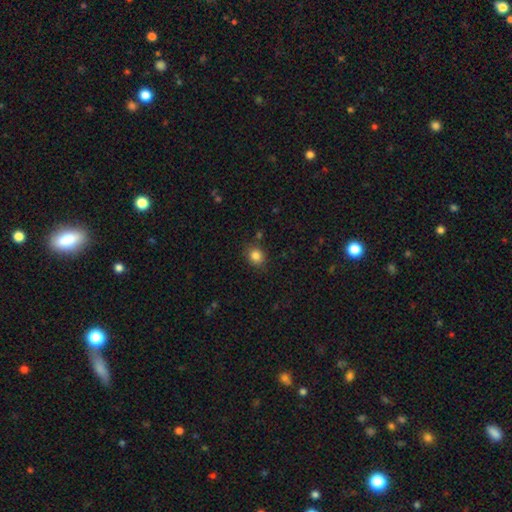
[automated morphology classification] A smooth galaxy with no disk features (84%) that is round (71%).

Vote fractions:
- Smooth or featured? smooth: 84% / star or artifact: 11% / featured or disk: 5%
- How rounded? round: 71% / in between: 28% / cigar-shaped: 1%
- Merging? none: 84% / minor disturbance: 11% / merger: 3% / major disturbance: 3%